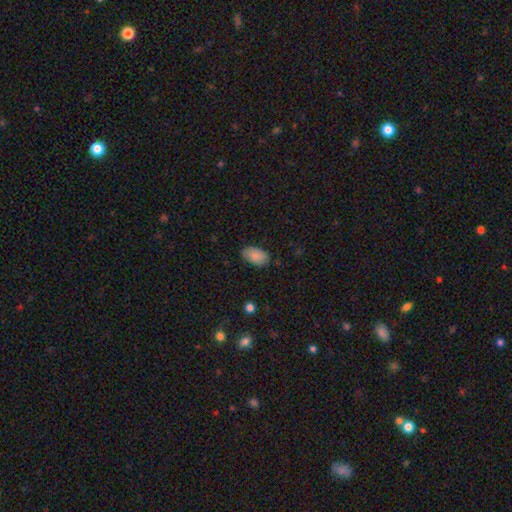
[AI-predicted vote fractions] This appears to be a smooth galaxy with no disk features (88%) that is in between round and cigar-shaped (94%). Merging: none (80%).